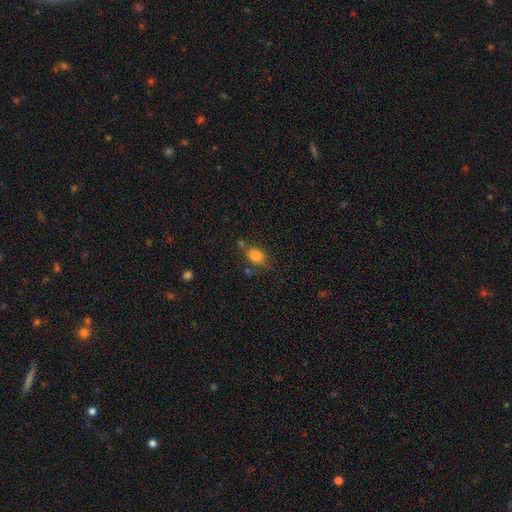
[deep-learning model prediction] This appears to be a smooth galaxy with no disk features (83%) that is in between round and cigar-shaped (73%). Merging: none (67%).